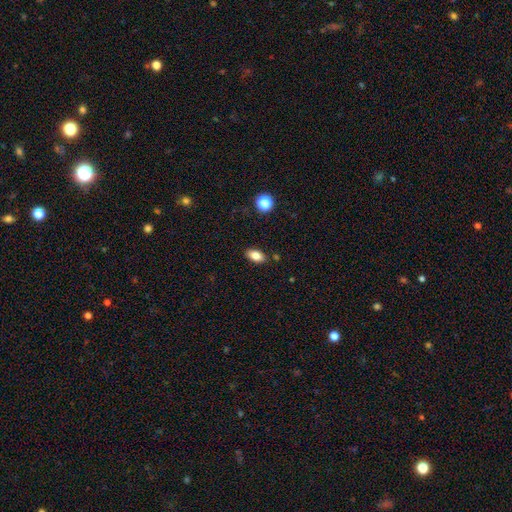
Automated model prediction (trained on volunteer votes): A smooth galaxy with no disk features (82%) that is in between round and cigar-shaped (90%).

Vote fractions:
- Smooth or featured? smooth: 82% / featured or disk: 9% / star or artifact: 9%
- How rounded? in between: 90% / round: 5% / cigar-shaped: 4%
- Merging? none: 86% / minor disturbance: 10% / merger: 2% / major disturbance: 2%